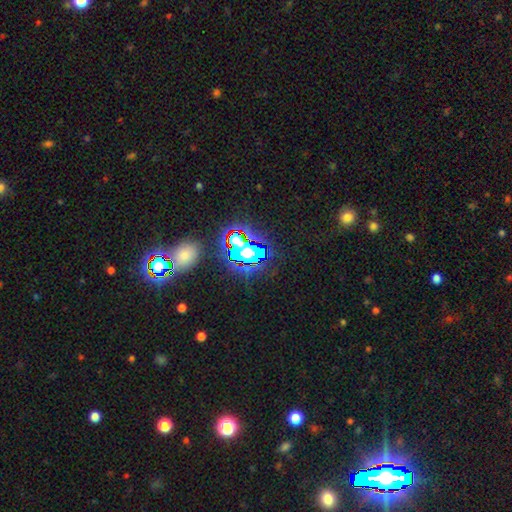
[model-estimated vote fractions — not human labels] Overall: star or artifact (80%).